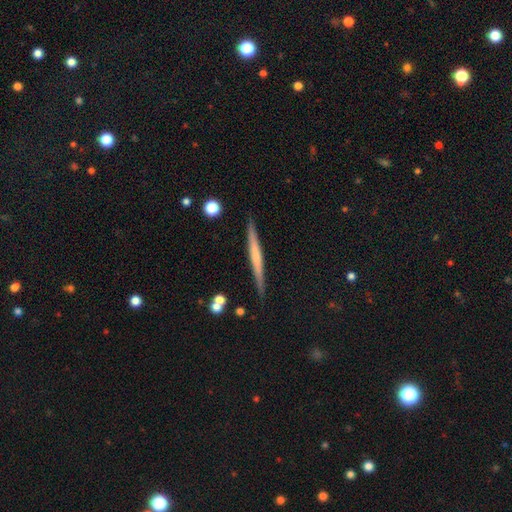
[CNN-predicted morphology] The model was most divided on "smooth or featured": featured or disk: 51%, smooth: 43%, star or artifact: 6%. More confident: edge-on disk — yes (97%); merging — none (89%).